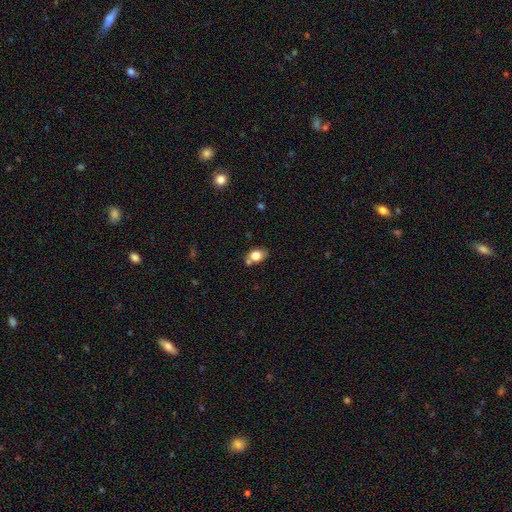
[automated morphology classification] This appears to be a smooth galaxy with no disk features (79%) that is in between round and cigar-shaped (63%). Merging: none (61%).